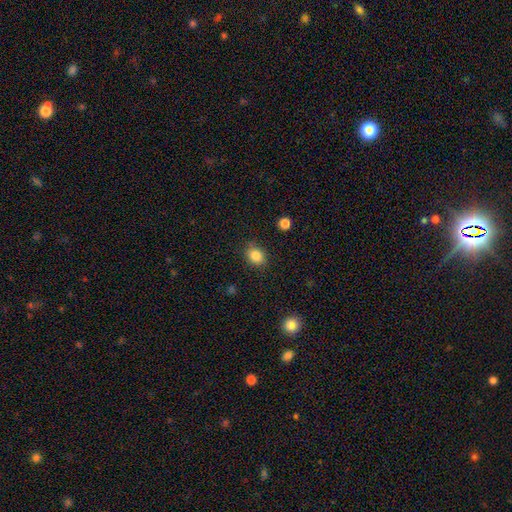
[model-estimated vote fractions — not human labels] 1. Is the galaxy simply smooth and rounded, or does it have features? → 85% smooth, 10% star or artifact, 6% featured or disk.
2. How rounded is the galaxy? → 51% round, 48% in between, 1% cigar-shaped.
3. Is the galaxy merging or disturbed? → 83% none, 12% minor disturbance, 3% major disturbance, 2% merger.